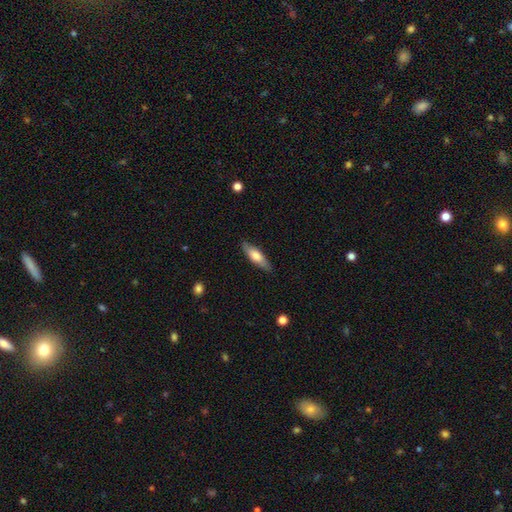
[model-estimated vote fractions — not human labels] Morphology: type=smooth (63%); roundness=cigar-shaped (57%); merging=none (86%).